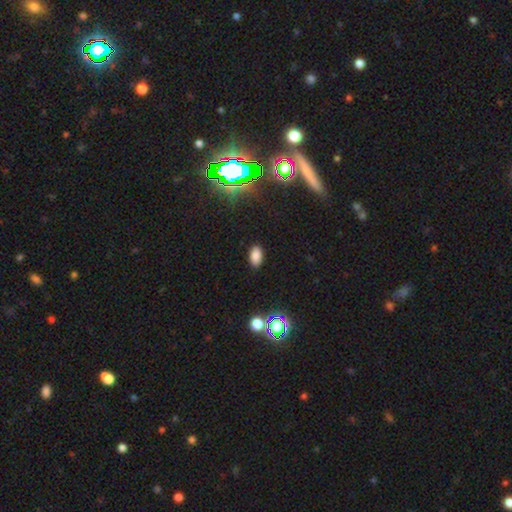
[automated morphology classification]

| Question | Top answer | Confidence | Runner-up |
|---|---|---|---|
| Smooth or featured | smooth | 81% | star or artifact (15%) |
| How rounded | in between | 93% | round (6%) |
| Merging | none | 87% | minor disturbance (9%) |